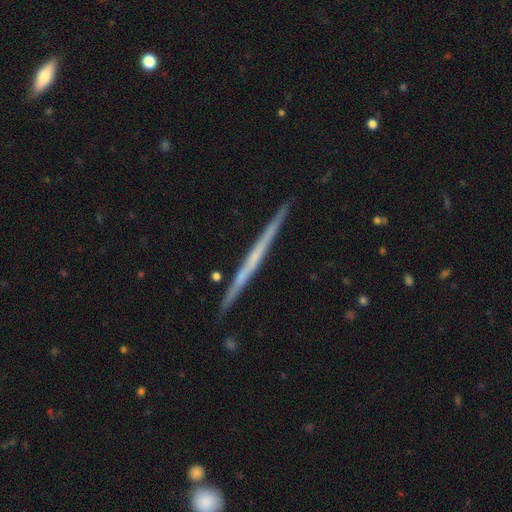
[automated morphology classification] Smooth or featured: featured or disk — 65% (smooth — 30%)
Edge-on disk: yes — 98% (no — 2%)
Edge-on bulge: none — 87% (rounded — 9%)
Merging: none — 90% (minor disturbance — 7%)